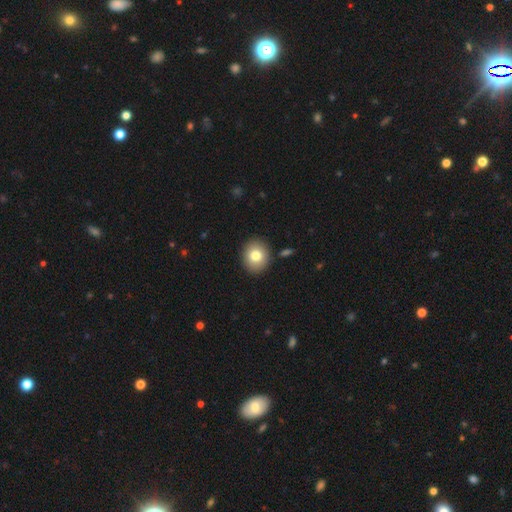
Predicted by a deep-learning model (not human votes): The model was most divided on "how rounded": round: 75%, in between: 24%, cigar-shaped: 1%. More confident: merging — none (89%); smooth or featured — smooth (79%).